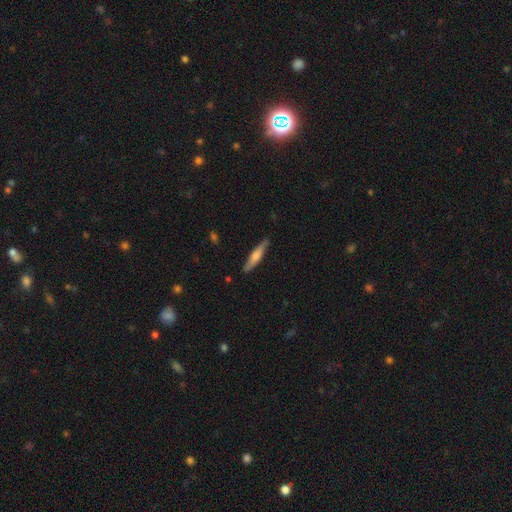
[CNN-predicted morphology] The model was most divided on "smooth or featured": smooth: 51%, featured or disk: 44%, star or artifact: 6%. More confident: how rounded — cigar-shaped (89%); merging — none (86%).